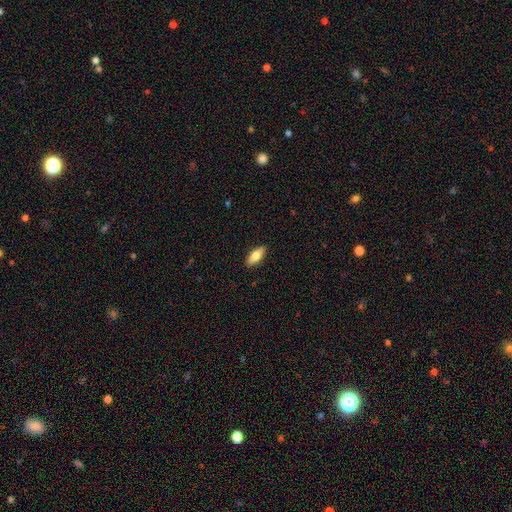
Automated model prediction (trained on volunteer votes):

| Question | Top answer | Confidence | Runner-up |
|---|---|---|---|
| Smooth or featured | smooth | 71% | featured or disk (23%) |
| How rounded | in between | 73% | cigar-shaped (24%) |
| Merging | none | 89% | minor disturbance (8%) |